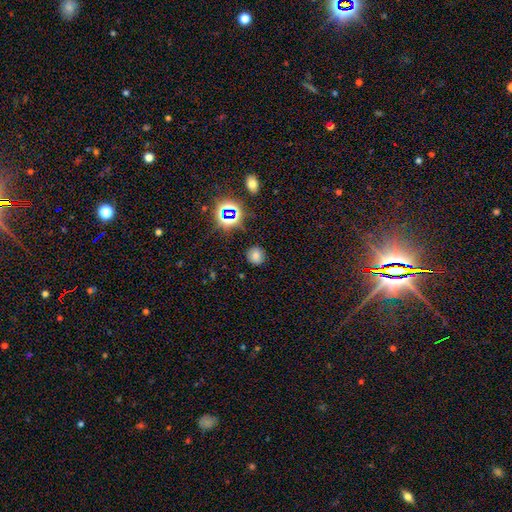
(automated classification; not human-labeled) Smooth or featured?
  - smooth: 71% *
  - star or artifact: 22%
  - featured or disk: 8%
How rounded?
  - round: 85% *
  - in between: 14%
  - cigar-shaped: 1%
Merging?
  - none: 87% *
  - minor disturbance: 9%
  - major disturbance: 3%
  - merger: 1%